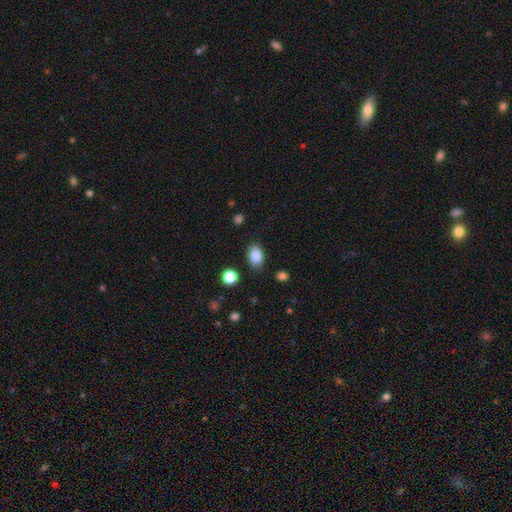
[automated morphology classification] smooth 87%, star or artifact 9%, featured or disk 4%. Down the decision tree: how rounded — in between (81%); merging — none (84%).